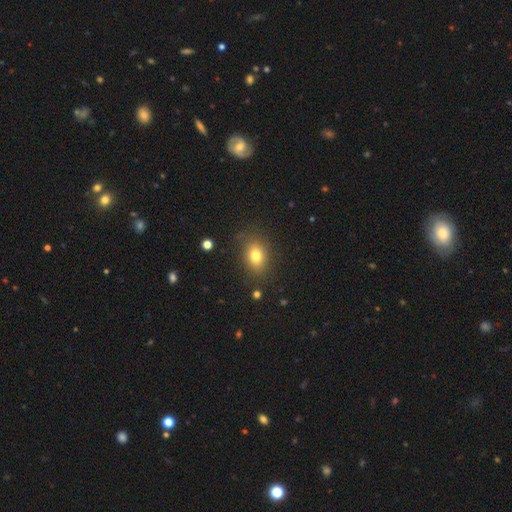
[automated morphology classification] This is likely a smooth galaxy (77%). How rounded: likely in between (68%). Merging: clearly none (80%).